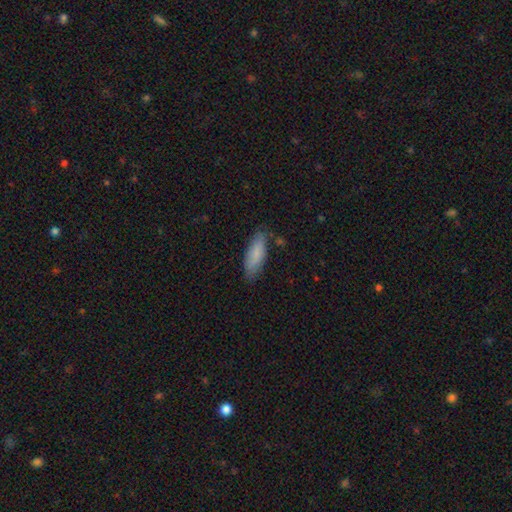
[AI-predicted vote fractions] Smooth or featured: smooth — 82% (featured or disk — 12%)
How rounded: in between — 63% (cigar-shaped — 35%)
Merging: none — 76% (minor disturbance — 19%)